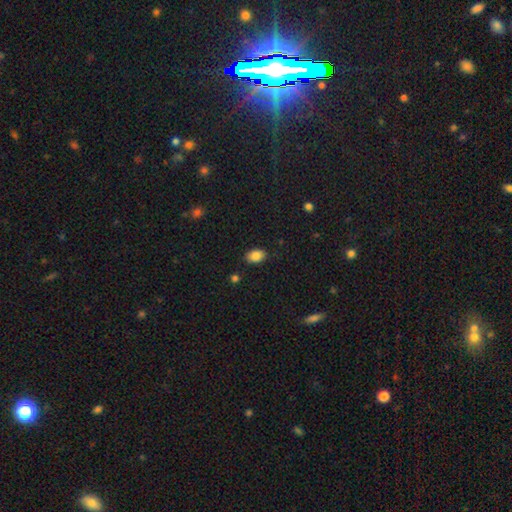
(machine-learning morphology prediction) This is clearly a smooth galaxy (86%). How rounded: clearly in between (85%). Merging: clearly none (86%).